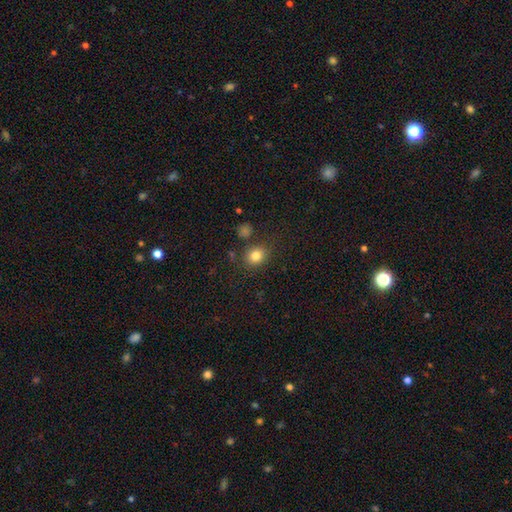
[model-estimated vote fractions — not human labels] Smooth or featured? smooth (82%)
How rounded? round (71%)
Merging? none (81%)